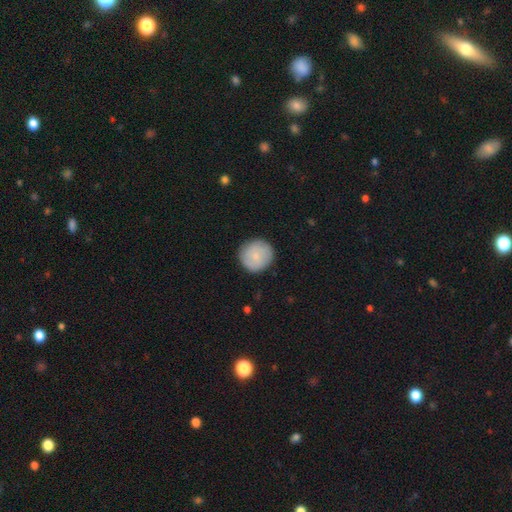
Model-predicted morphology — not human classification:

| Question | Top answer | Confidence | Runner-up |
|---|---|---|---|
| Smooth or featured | smooth | 77% | featured or disk (17%) |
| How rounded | round | 94% | in between (5%) |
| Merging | none | 88% | minor disturbance (9%) |